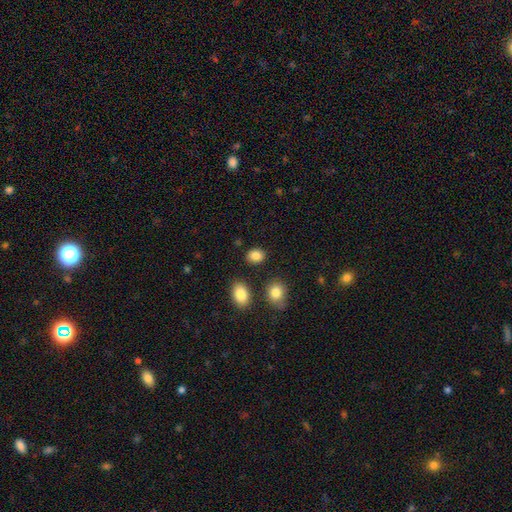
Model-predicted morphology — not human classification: smooth-or-featured: smooth: 86% | star or artifact: 9% | featured or disk: 5%
  how-rounded: in between: 57% | round: 42% | cigar-shaped: 1%
  merging: none: 84% | minor disturbance: 9% | merger: 4% | major disturbance: 3%